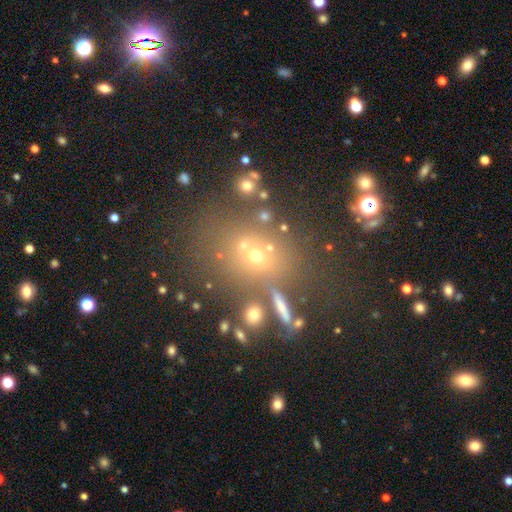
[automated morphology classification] Overall: smooth (52%; star or artifact 29%). How rounded: round (61%; in between 36%). Merging: none (58%; merger 22%).